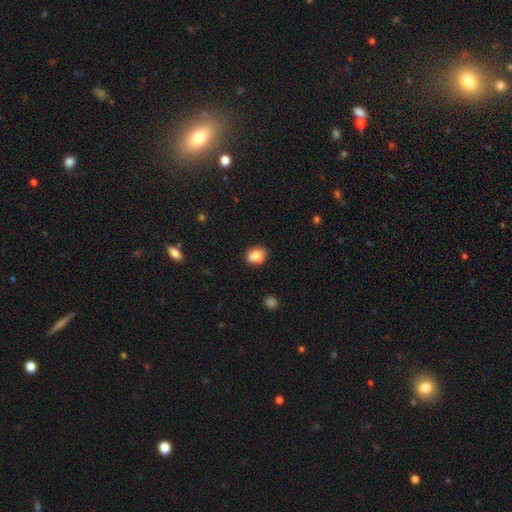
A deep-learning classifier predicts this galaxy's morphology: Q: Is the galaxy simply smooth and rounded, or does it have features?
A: smooth — 81%.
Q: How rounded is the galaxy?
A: in between — 62%.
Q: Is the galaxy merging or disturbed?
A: none — 71%.